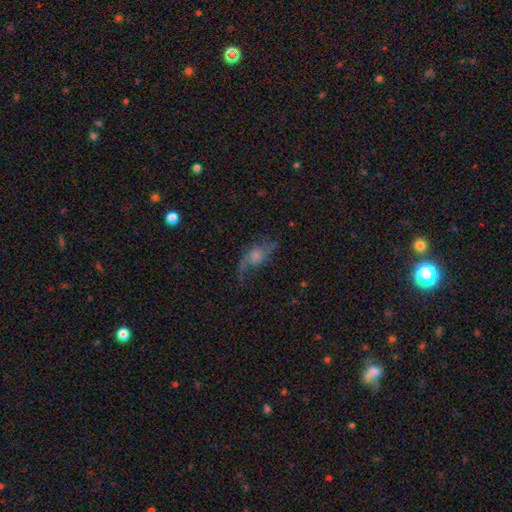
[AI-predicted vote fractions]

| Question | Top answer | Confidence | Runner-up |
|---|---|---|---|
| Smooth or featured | featured or disk | 67% | smooth (20%) |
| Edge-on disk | no | 87% | yes (13%) |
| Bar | no | 70% | weak (25%) |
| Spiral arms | yes | 87% | no (13%) |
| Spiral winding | loose | 75% | medium (20%) |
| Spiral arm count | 2 | 81% | 1 (8%) |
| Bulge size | small | 39% | moderate (38%) |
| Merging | none | 59% | minor disturbance (20%) |